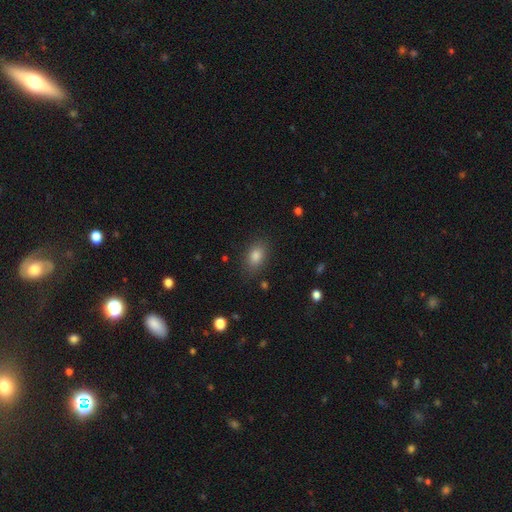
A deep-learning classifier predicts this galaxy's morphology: A smooth galaxy with no disk features (82%) that is in between round and cigar-shaped (81%). Merging: none (84%).